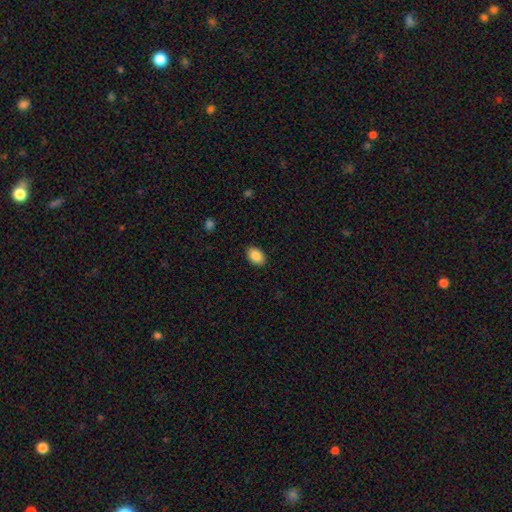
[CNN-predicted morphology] type=smooth (87%); roundness=in between (83%); merging=none (89%).